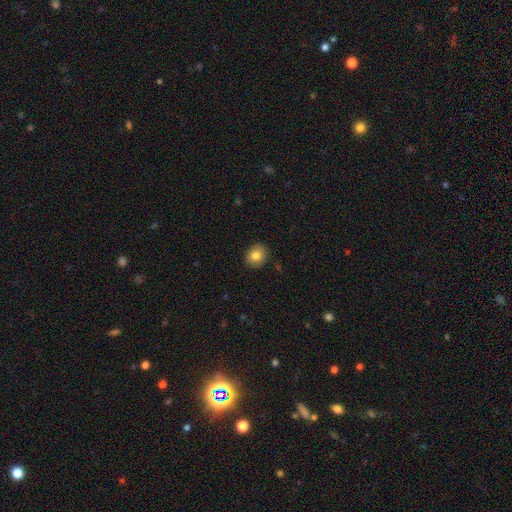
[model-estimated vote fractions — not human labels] This is clearly a smooth galaxy (82%). How rounded: likely round (72%). Merging: clearly none (89%).